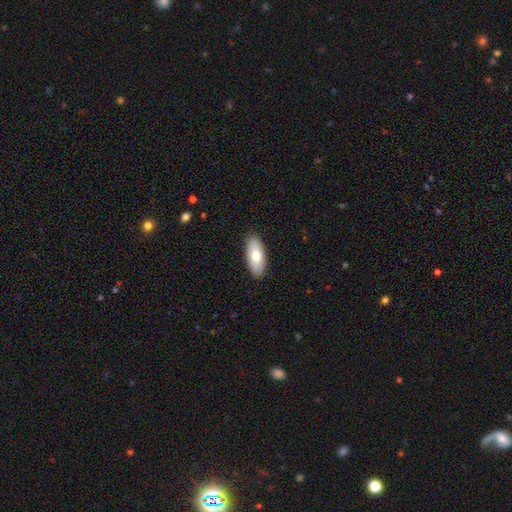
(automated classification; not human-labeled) smooth-or-featured: smooth: 74% | featured or disk: 21% | star or artifact: 6%
  how-rounded: in between: 87% | cigar-shaped: 11% | round: 2%
  merging: none: 90% | minor disturbance: 8% | major disturbance: 2% | merger: 1%